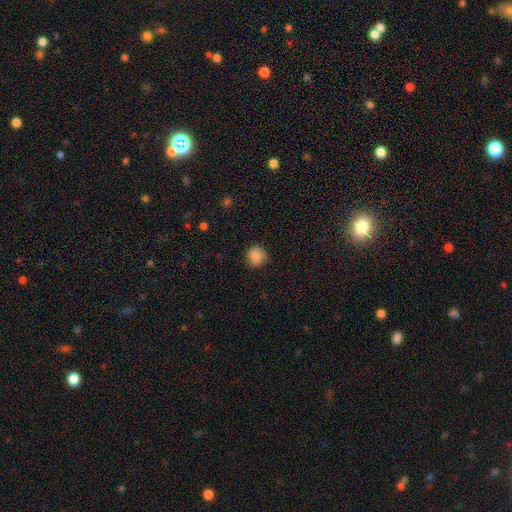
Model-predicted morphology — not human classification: The model was most divided on "merging": none: 73%, minor disturbance: 20%, major disturbance: 5%, merger: 1%. More confident: how rounded — round (82%); smooth or featured — smooth (81%).